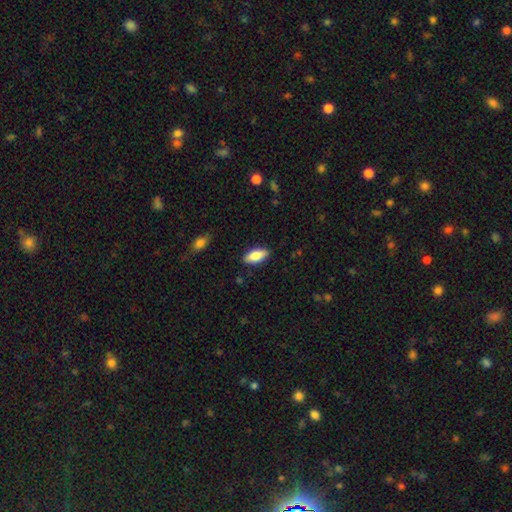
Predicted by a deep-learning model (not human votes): Smooth or featured? smooth (79%)
How rounded? in between (83%)
Merging? none (87%)